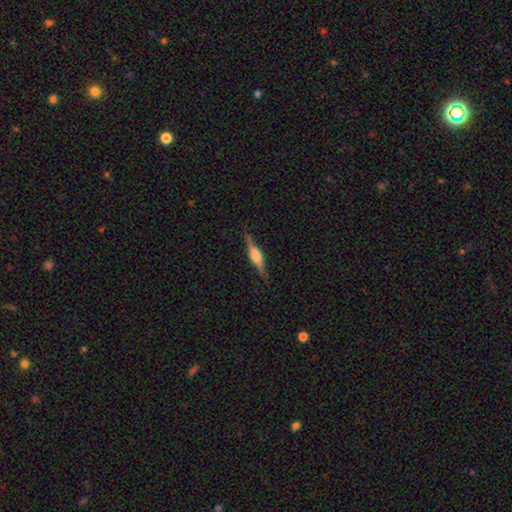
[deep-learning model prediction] This appears to be a featured or disk galaxy (73%) viewed edge-on (97%) with a rounded central bulge (69%). Merging: none (86%).